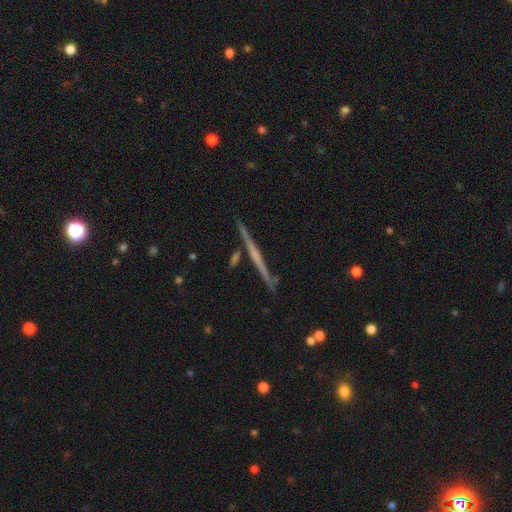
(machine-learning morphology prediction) Q: Smooth or featured?
A: featured or disk (71%); runner-up: smooth (23%)
Q: Edge-on disk?
A: yes (98%); runner-up: no (2%)
Q: Edge-on bulge?
A: none (70%); runner-up: rounded (22%)
Q: Merging?
A: none (89%); runner-up: minor disturbance (7%)